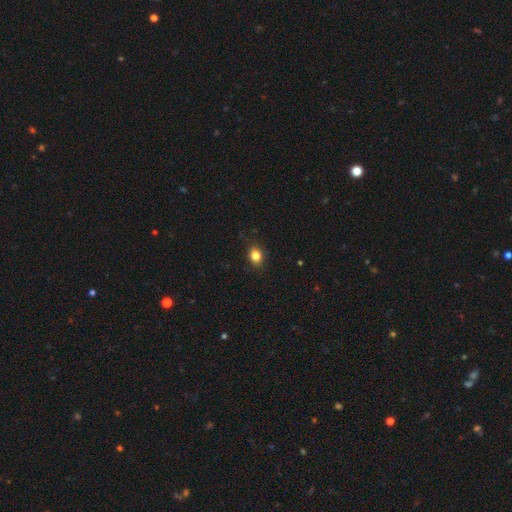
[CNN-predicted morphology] A smooth galaxy with no disk features (83%) that is round (57%). Merging: none (87%).